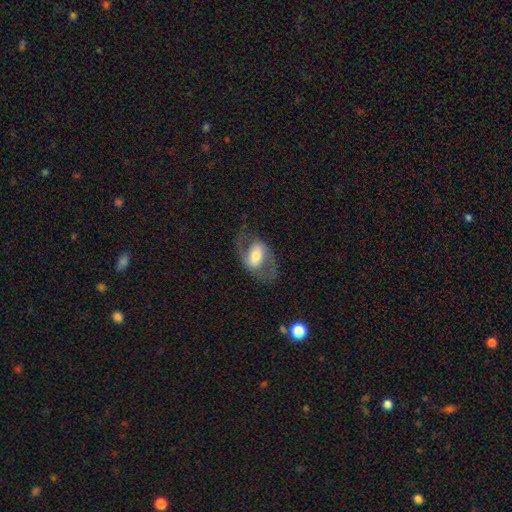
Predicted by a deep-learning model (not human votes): A featured or disk galaxy (67%) with a weak bar (38%), spiral arms (78%) and a moderate central bulge (54%).

Vote fractions:
- Smooth or featured? featured or disk: 67% / smooth: 27% / star or artifact: 7%
- Edge-on disk? no: 95% / yes: 5%
- Bar? weak: 38% / no: 31% / strong: 31%
- Spiral arms? yes: 78% / no: 22%
- Bulge size? moderate: 54% / large: 21% / small: 20% / dominant: 3% / none: 2%
- Merging? none: 66% / major disturbance: 17% / minor disturbance: 16% / merger: 1%